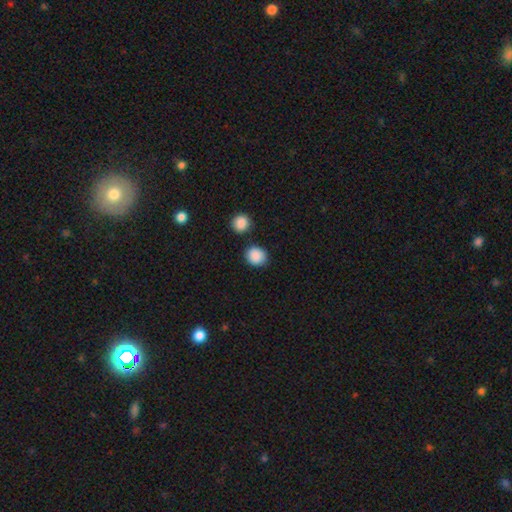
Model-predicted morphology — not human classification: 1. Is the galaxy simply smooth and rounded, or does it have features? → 88% smooth, 8% star or artifact, 3% featured or disk.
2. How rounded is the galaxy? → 80% round, 19% in between, 1% cigar-shaped.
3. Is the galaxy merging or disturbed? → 80% none, 10% minor disturbance, 6% merger, 3% major disturbance.